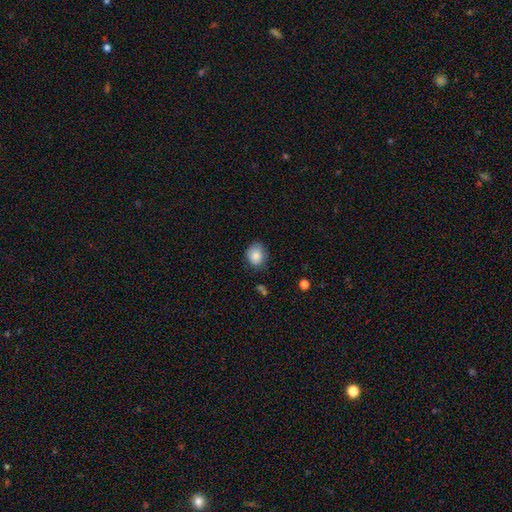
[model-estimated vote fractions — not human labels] Smooth or featured? smooth (85%)
How rounded? in between (50%, tied with round)
Merging? none (71%)